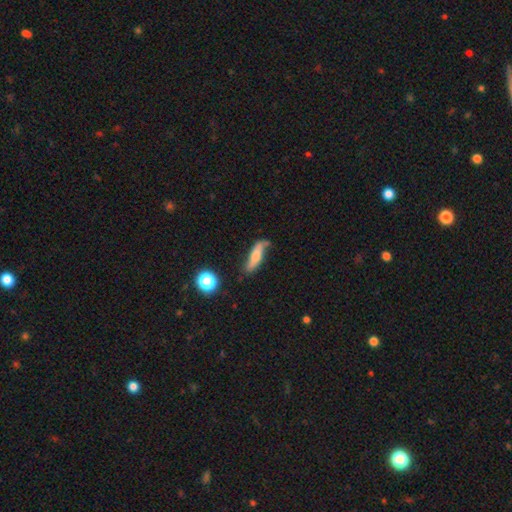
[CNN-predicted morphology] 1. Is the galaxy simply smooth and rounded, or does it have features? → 59% smooth, 32% featured or disk, 9% star or artifact.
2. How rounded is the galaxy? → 66% cigar-shaped, 30% in between, 4% round.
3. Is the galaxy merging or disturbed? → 59% none, 27% minor disturbance, 8% major disturbance, 7% merger.